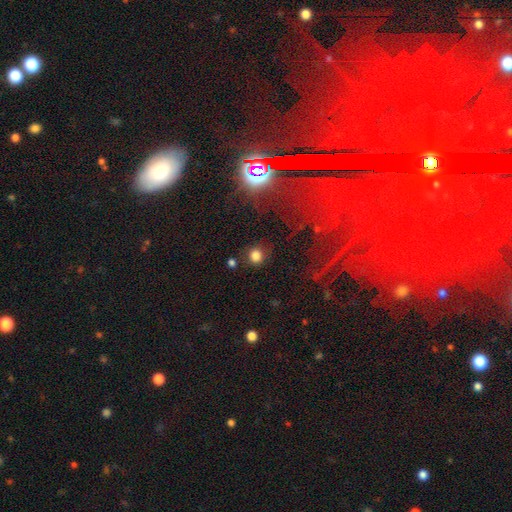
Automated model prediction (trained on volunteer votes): The model was most divided on "smooth or featured": smooth: 79%, star or artifact: 15%, featured or disk: 6%. More confident: how rounded — round (91%); merging — none (83%).